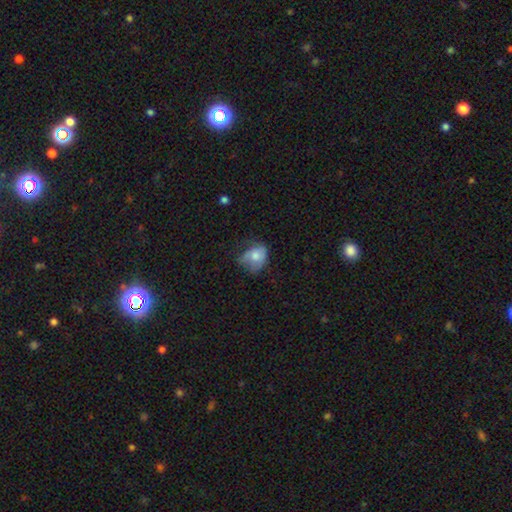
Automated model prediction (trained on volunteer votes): Smooth or featured?
  - smooth: 70% *
  - featured or disk: 21%
  - star or artifact: 9%
How rounded?
  - in between: 58% *
  - round: 41%
  - cigar-shaped: 1%
Merging?
  - minor disturbance: 37% *
  - none: 34%
  - major disturbance: 27%
  - merger: 2%